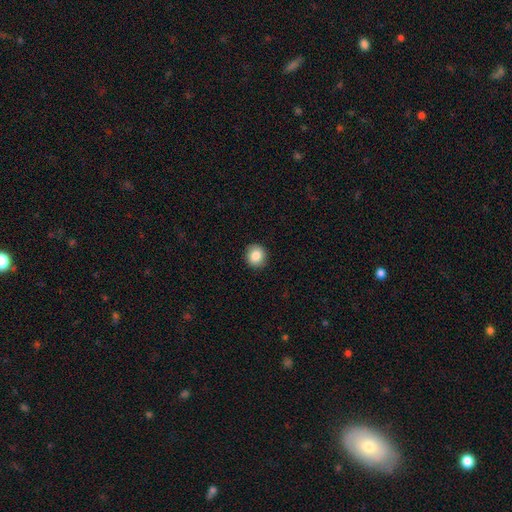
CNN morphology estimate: Smooth or featured: smooth — 86% (star or artifact — 9%)
How rounded: round — 88% (in between — 11%)
Merging: none — 91% (minor disturbance — 6%)